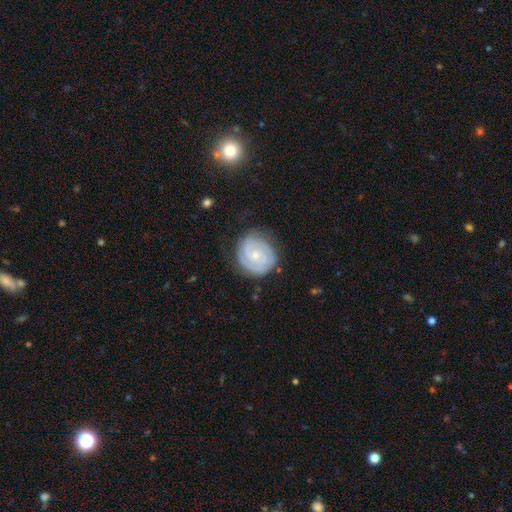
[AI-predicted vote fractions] A featured or disk galaxy (86%) with no bar (66%), 2 (63%) tight (78%) spiral arms (97%) and a small central bulge (67%).

Vote fractions:
- Smooth or featured? featured or disk: 86% / smooth: 9% / star or artifact: 5%
- Edge-on disk? no: 98% / yes: 2%
- Bar? no: 66% / weak: 28% / strong: 6%
- Spiral arms? yes: 97% / no: 3%
- Spiral winding? tight: 78% / medium: 18% / loose: 3%
- Spiral arm count? 2: 63% / 3: 15% / can't tell: 12% / 1: 4% / 4: 3% / more than 4: 3%
- Bulge size? small: 67% / moderate: 28% / none: 3% / large: 1% / dominant: 1%
- Merging? none: 77% / minor disturbance: 17% / major disturbance: 5% / merger: 1%